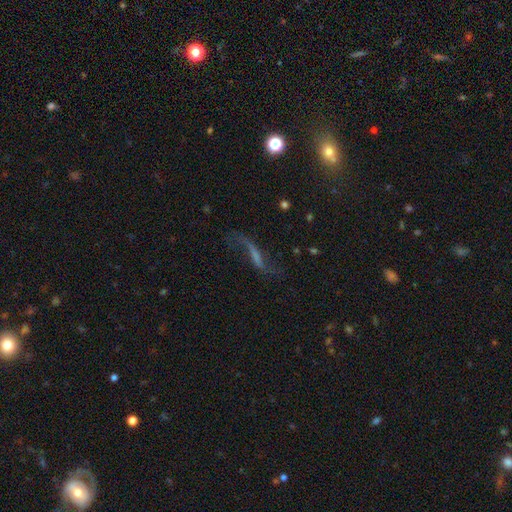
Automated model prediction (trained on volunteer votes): A featured or disk galaxy (67%) with a strong bar (38%), spiral arms (85%) and no central bulge (51%). Merging: none (62%).